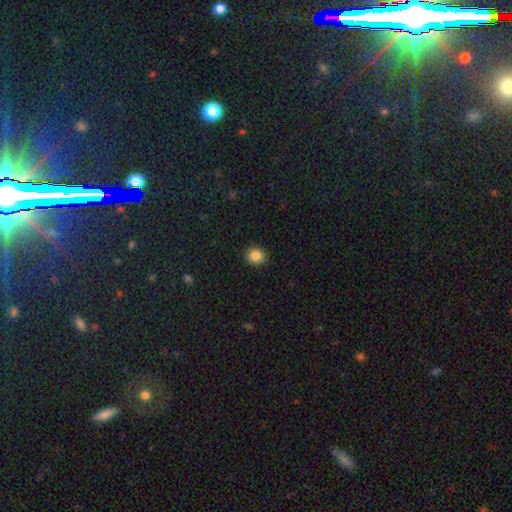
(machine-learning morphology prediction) Q: Smooth or featured?
A: smooth (86%); runner-up: star or artifact (10%)
Q: How rounded?
A: round (83%); runner-up: in between (16%)
Q: Merging?
A: none (91%); runner-up: minor disturbance (6%)